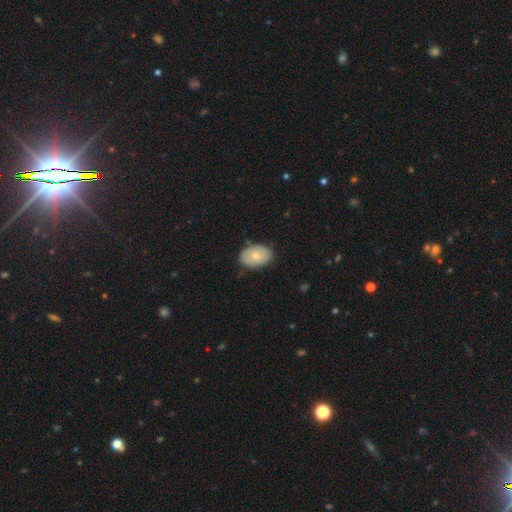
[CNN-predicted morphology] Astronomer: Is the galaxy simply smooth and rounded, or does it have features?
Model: smooth — 71%.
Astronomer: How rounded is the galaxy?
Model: in between — 82%.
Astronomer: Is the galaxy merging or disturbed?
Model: none — 78%.